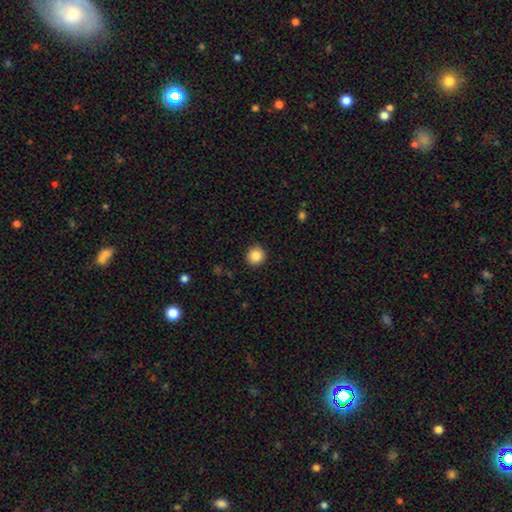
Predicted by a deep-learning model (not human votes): Morphology: type=smooth (86%); roundness=round (93%); merging=none (92%).